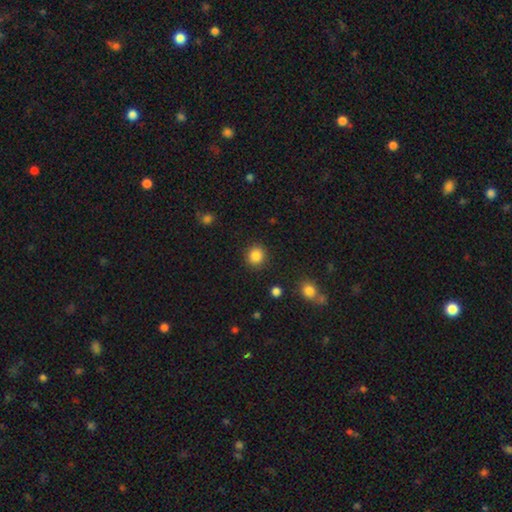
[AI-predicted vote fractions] Smooth or featured: smooth — 86% (star or artifact — 10%)
How rounded: round — 89% (in between — 10%)
Merging: none — 90% (minor disturbance — 6%)